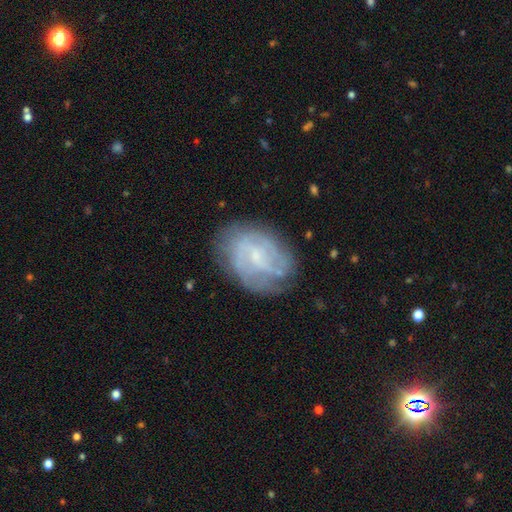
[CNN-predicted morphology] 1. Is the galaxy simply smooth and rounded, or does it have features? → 68% featured or disk, 24% smooth, 8% star or artifact.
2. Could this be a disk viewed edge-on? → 97% no, 3% yes.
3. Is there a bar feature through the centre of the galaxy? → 50% no, 42% weak, 8% strong.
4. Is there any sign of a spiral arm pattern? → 79% yes, 21% no.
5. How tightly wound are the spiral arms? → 51% tight, 35% medium, 14% loose.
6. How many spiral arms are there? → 49% can't tell, 23% 2, 13% 3, 7% 4, 5% 1, 4% more than 4.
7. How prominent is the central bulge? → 66% small, 16% moderate, 15% none, 1% large, 1% dominant.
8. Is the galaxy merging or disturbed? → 70% none, 19% minor disturbance, 9% major disturbance, 2% merger.